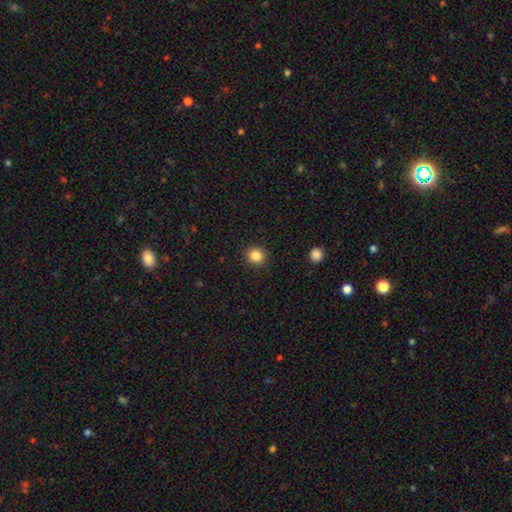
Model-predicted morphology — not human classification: This appears to be a smooth galaxy with no disk features (85%) that is round (91%). Merging: none (92%).